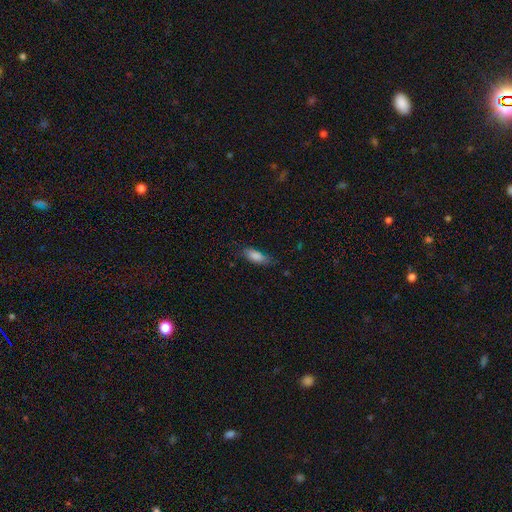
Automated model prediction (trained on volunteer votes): smooth-or-featured: smooth: 83% | featured or disk: 9% | star or artifact: 8%
  how-rounded: in between: 73% | cigar-shaped: 25% | round: 2%
  merging: none: 69% | minor disturbance: 23% | major disturbance: 6% | merger: 2%